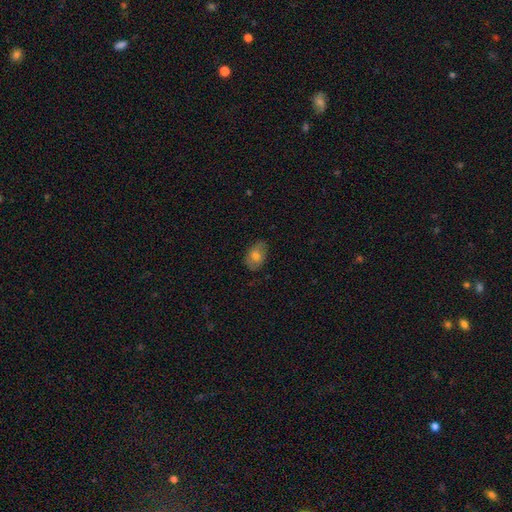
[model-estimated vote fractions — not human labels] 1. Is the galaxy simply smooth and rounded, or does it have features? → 69% smooth, 22% featured or disk, 8% star or artifact.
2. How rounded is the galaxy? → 81% in between, 18% round, 1% cigar-shaped.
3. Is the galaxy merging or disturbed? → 74% none, 21% minor disturbance, 4% major disturbance, 1% merger.